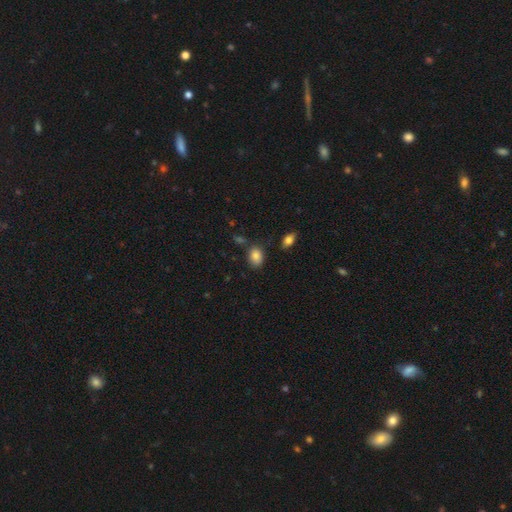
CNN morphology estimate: Overall: smooth (85%). How rounded: in between (73%). Merging: none (74%).